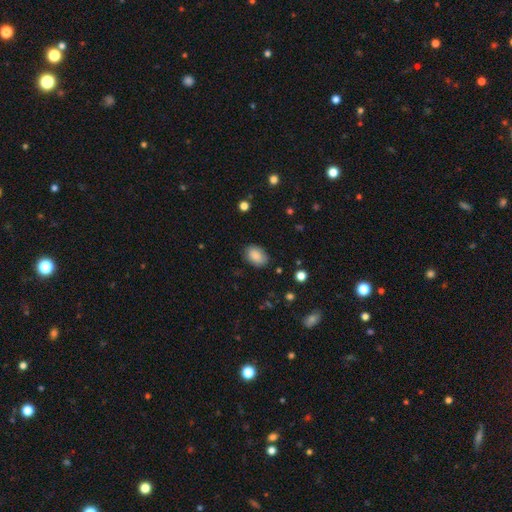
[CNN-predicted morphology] This appears to be a smooth galaxy with no disk features (87%) that is in between round and cigar-shaped (86%). Merging: none (83%).